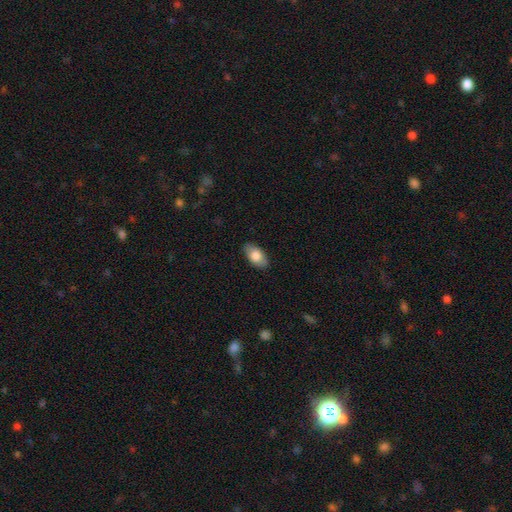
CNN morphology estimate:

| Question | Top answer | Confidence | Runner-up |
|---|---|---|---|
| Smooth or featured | smooth | 79% | featured or disk (15%) |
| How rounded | in between | 94% | round (4%) |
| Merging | none | 87% | minor disturbance (10%) |